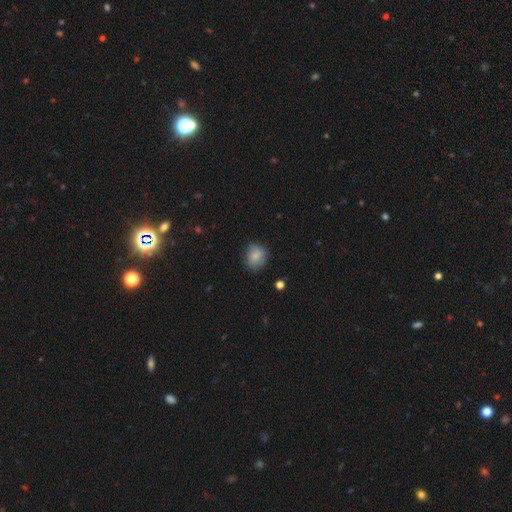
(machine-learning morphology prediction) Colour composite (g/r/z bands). It shows a smooth galaxy with no disk features (81%) that is round (65%). Merging: none (73%).